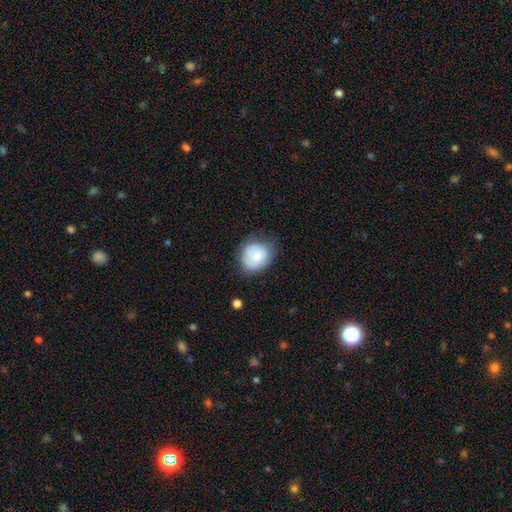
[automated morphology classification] Smooth or featured: smooth — 73% (featured or disk — 19%)
How rounded: round — 69% (in between — 30%)
Merging: none — 57% (minor disturbance — 30%)